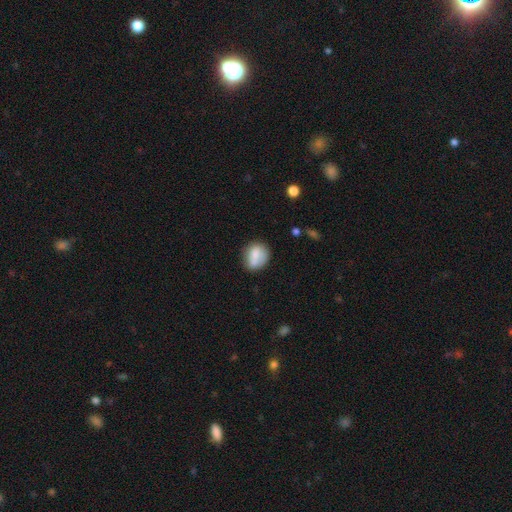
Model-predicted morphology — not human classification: This is likely a smooth galaxy (74%). How rounded: possibly round (53%). Merging: possibly none (59%).